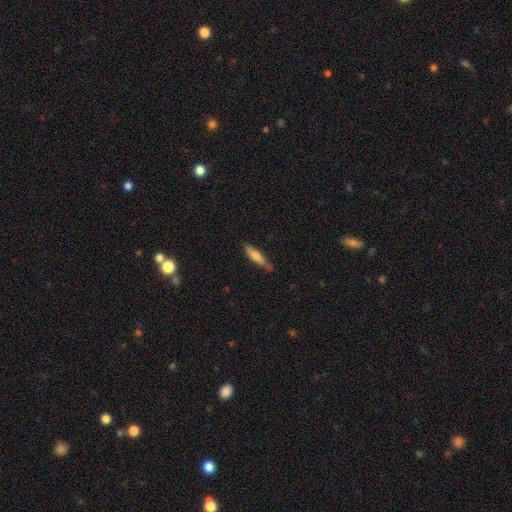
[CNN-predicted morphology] Overall: smooth (69%). How rounded: cigar-shaped (77%). Merging: none (70%).